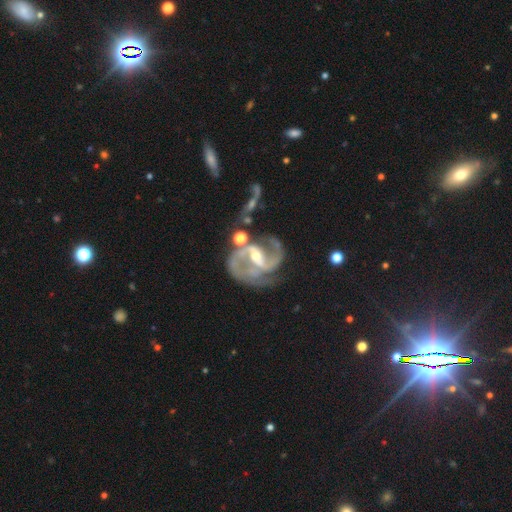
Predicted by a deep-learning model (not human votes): This appears to be a featured or disk galaxy (92%) with a strong bar (45%), 2 (89%) medium (62%) spiral arms (98%) and a small central bulge (50%). Merging: none (57%).